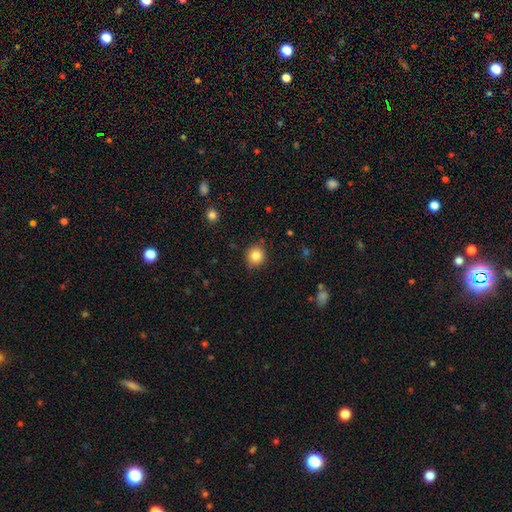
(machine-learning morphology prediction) Q: Smooth or featured?
A: smooth (85%); runner-up: star or artifact (10%)
Q: How rounded?
A: round (87%); runner-up: in between (12%)
Q: Merging?
A: none (86%); runner-up: minor disturbance (10%)